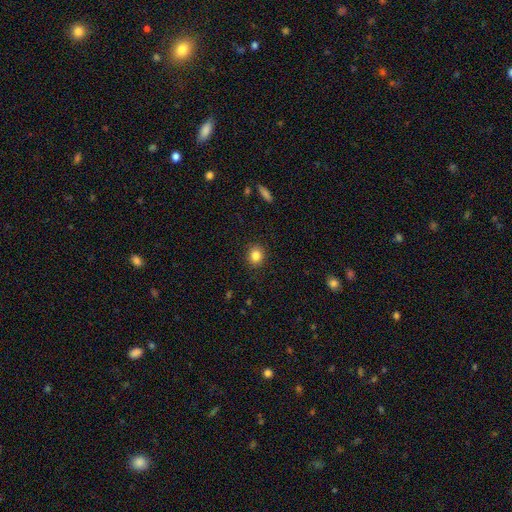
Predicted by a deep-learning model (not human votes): A smooth galaxy with no disk features (84%) that is round (78%). Merging: none (90%).